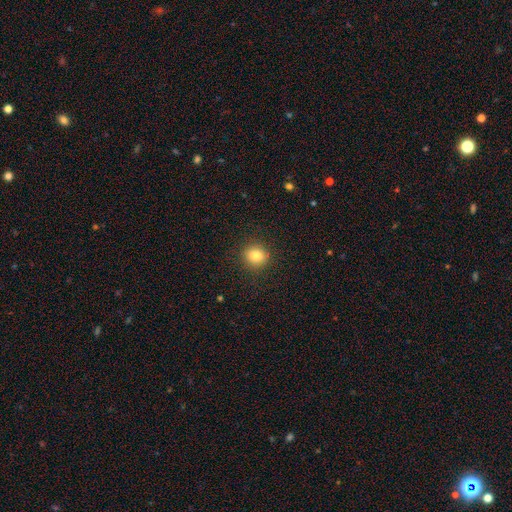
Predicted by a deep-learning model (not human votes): This appears to be a smooth galaxy with no disk features (82%) that is round (85%). Merging: none (90%).